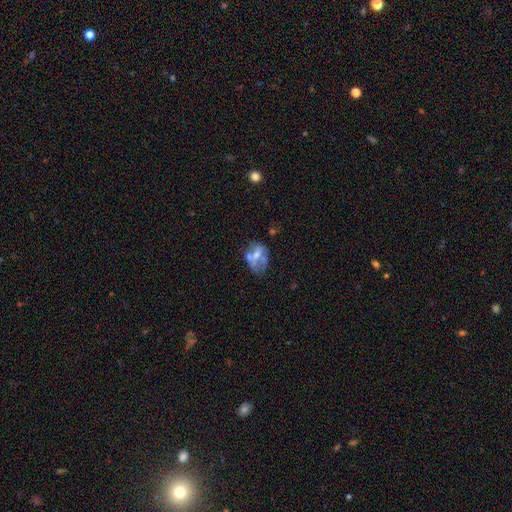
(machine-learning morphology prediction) This appears to be a featured or disk galaxy (49%). Merging: none (36%).